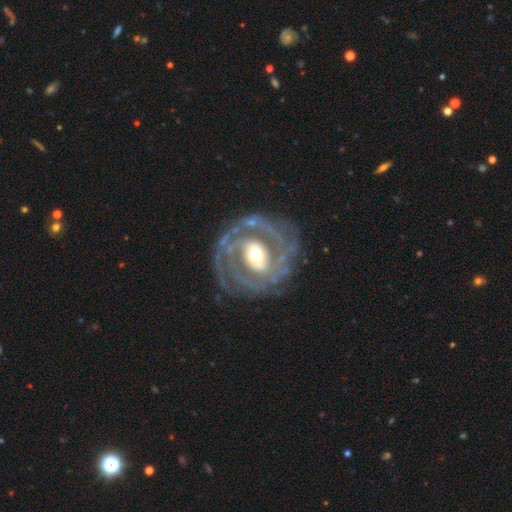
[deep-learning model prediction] Smooth or featured? featured or disk (87%)
Edge-on disk? no (97%)
Bar? no (34%, tied with weak)
Spiral arms? yes (88%)
Spiral winding? tight (58%)
Spiral arm count? 2 (48%)
Bulge size? moderate (64%)
Merging? none (76%)